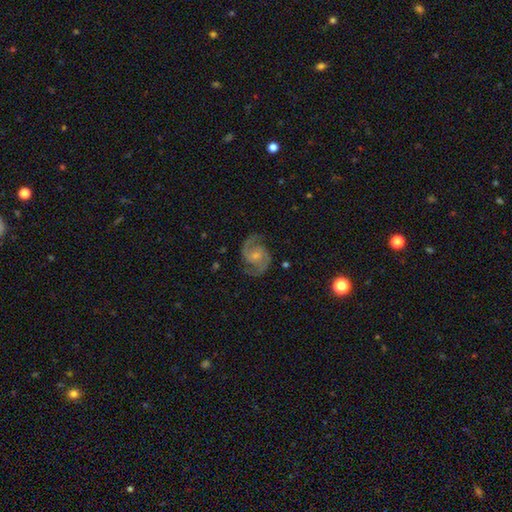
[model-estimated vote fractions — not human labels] Smooth or featured? featured or disk (90%)
Edge-on disk? no (98%)
Bar? weak (46%)
Spiral arms? yes (98%)
Spiral winding? medium (60%)
Spiral arm count? 2 (92%)
Bulge size? small (54%)
Merging? none (79%)